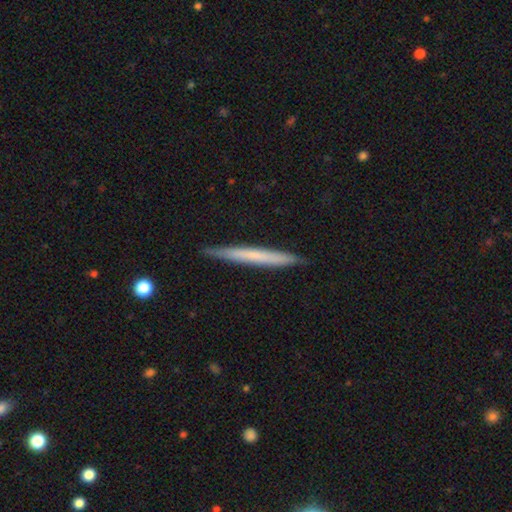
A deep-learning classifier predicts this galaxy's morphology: The model was most divided on "smooth or featured": smooth: 56%, featured or disk: 38%, star or artifact: 6%. More confident: how rounded — cigar-shaped (97%); merging — none (89%).